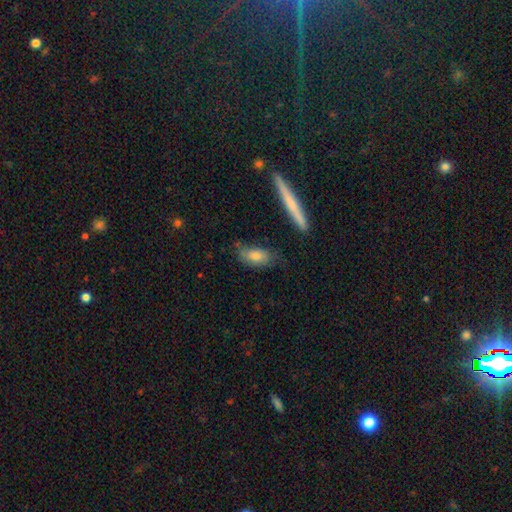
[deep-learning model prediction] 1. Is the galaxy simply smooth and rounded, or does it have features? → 73% smooth, 20% featured or disk, 7% star or artifact.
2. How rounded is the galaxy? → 76% in between, 19% cigar-shaped, 4% round.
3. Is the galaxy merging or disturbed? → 67% none, 23% minor disturbance, 6% major disturbance, 5% merger.